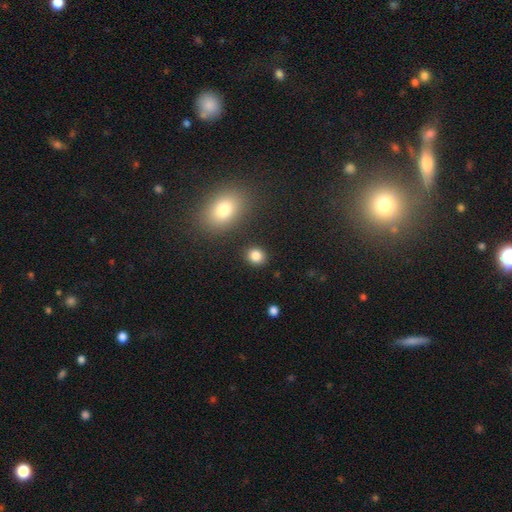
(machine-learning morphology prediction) Q: Smooth or featured?
A: smooth (84%); runner-up: star or artifact (11%)
Q: How rounded?
A: round (71%); runner-up: in between (28%)
Q: Merging?
A: none (87%); runner-up: minor disturbance (7%)